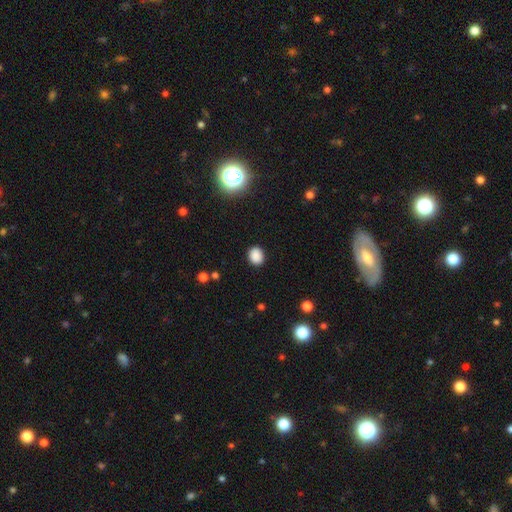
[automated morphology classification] Smooth or featured?
  - smooth: 86% *
  - star or artifact: 11%
  - featured or disk: 3%
How rounded?
  - round: 57% *
  - in between: 42%
  - cigar-shaped: 1%
Merging?
  - none: 89% *
  - minor disturbance: 7%
  - major disturbance: 2%
  - merger: 1%